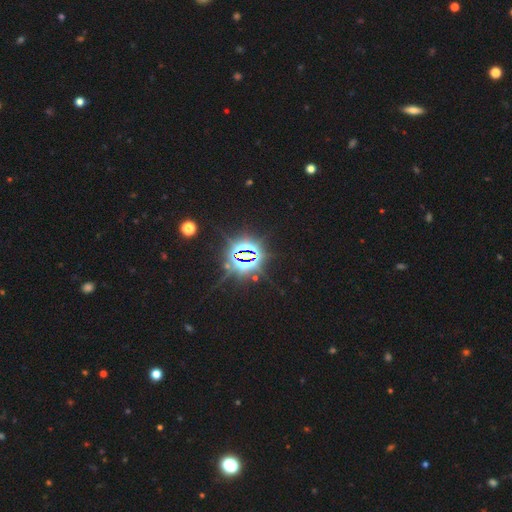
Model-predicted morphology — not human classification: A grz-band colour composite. It shows a star or artifact, not a galaxy (84%).